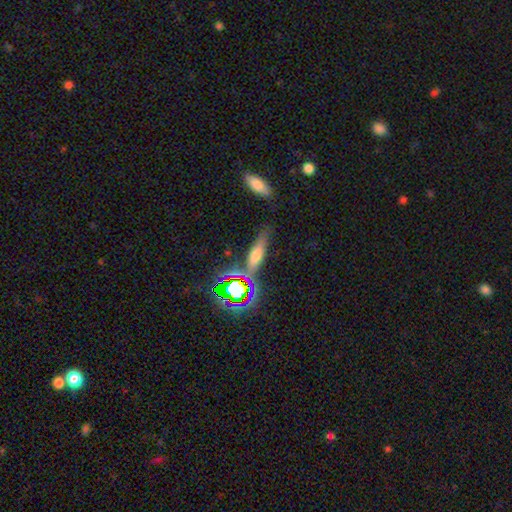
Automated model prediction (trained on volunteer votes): The model was most divided on "smooth or featured": smooth: 49%, featured or disk: 31%, star or artifact: 20%. More confident: merging — none (71%).